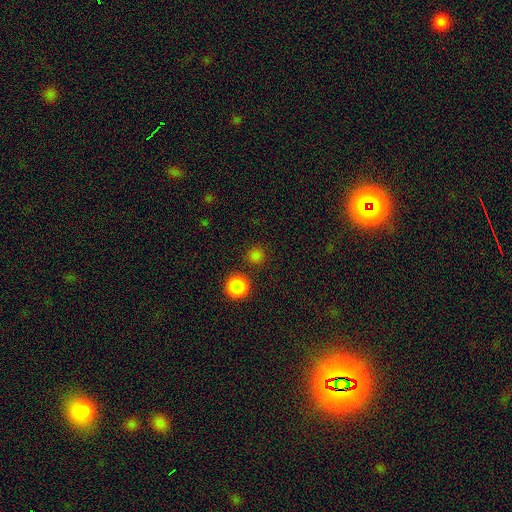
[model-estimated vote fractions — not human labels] Morphology: type=smooth (81%); roundness=round (93%); merging=none (84%).